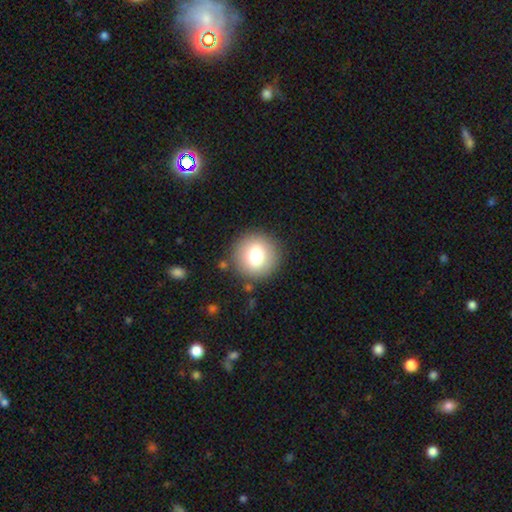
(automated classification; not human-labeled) Q: Smooth or featured?
A: smooth (76%); runner-up: featured or disk (14%)
Q: How rounded?
A: round (94%); runner-up: in between (5%)
Q: Merging?
A: none (89%); runner-up: minor disturbance (7%)